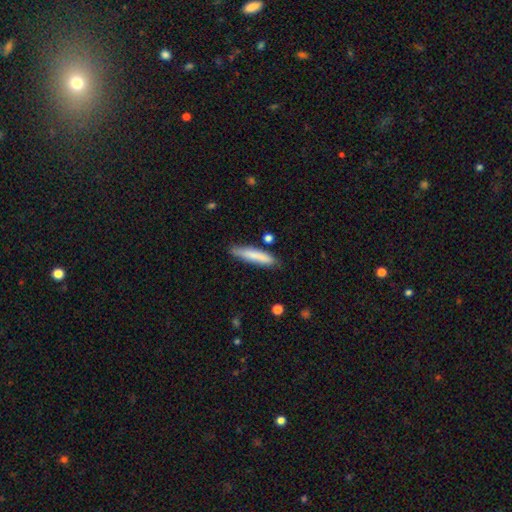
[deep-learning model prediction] Overall: smooth (79%). How rounded: cigar-shaped (86%). Merging: none (80%).